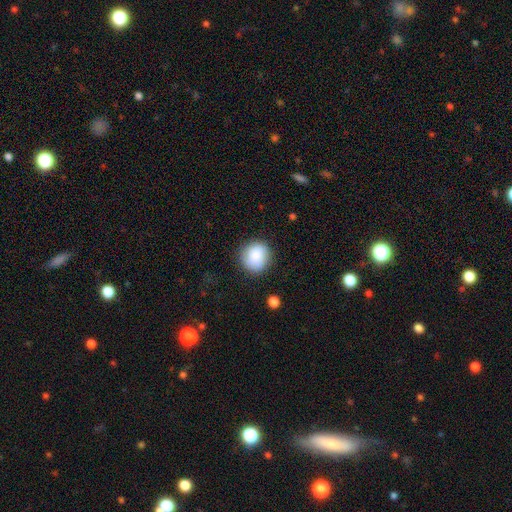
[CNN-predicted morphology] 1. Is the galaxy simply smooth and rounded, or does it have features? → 83% smooth, 10% featured or disk, 7% star or artifact.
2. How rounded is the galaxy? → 87% round, 12% in between, 1% cigar-shaped.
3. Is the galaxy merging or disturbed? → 81% none, 13% minor disturbance, 4% major disturbance, 2% merger.